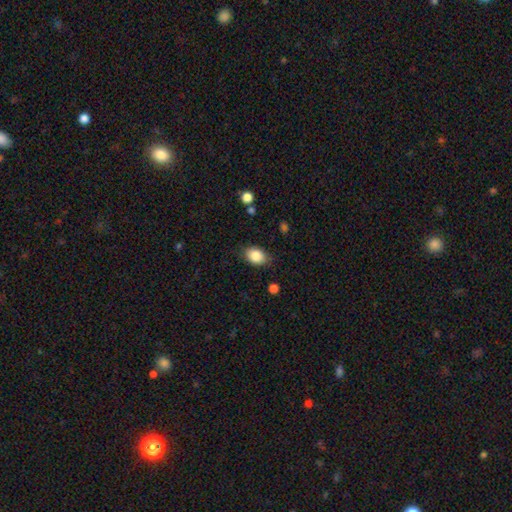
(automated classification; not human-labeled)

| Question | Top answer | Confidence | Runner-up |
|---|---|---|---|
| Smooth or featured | smooth | 87% | star or artifact (8%) |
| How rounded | in between | 77% | round (22%) |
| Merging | none | 81% | minor disturbance (15%) |